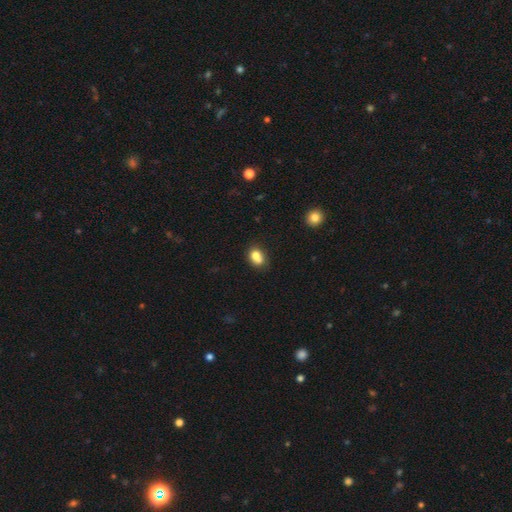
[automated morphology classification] Smooth or featured? smooth (77%)
How rounded? in between (62%)
Merging? none (50%)